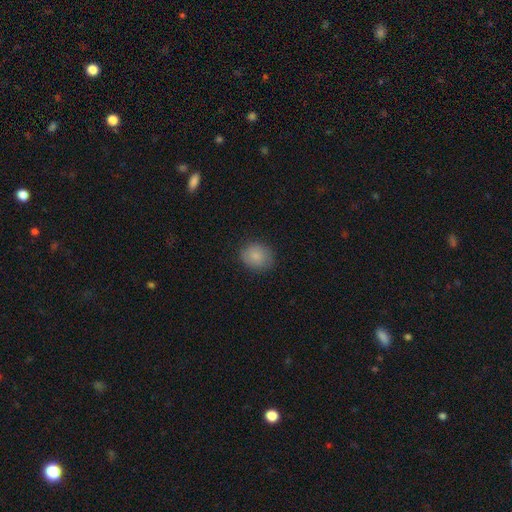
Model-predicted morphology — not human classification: Smooth or featured? Predicted: smooth (p=0.84). How rounded? Predicted: round (p=0.70). Merging? Predicted: none (p=0.84).